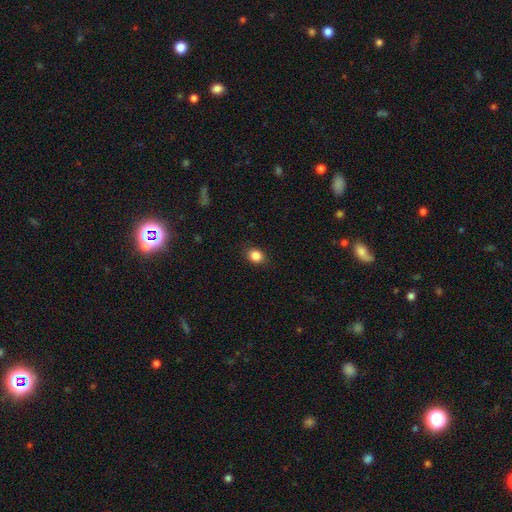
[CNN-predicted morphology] Smooth or featured? smooth (86%)
How rounded? round (53%)
Merging? none (87%)